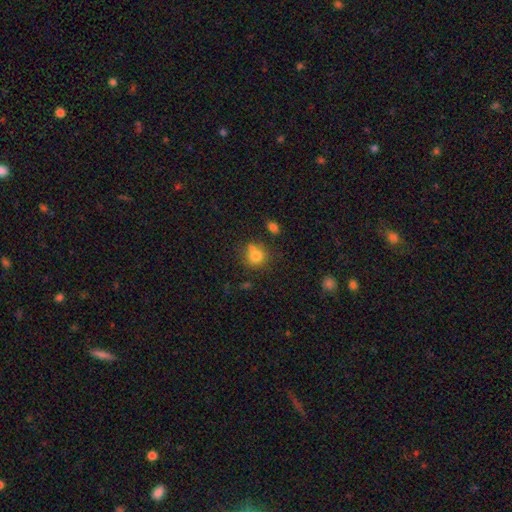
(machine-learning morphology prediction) Smooth or featured?
  - smooth: 76% *
  - star or artifact: 12%
  - featured or disk: 12%
How rounded?
  - round: 81% *
  - in between: 18%
  - cigar-shaped: 1%
Merging?
  - none: 55% *
  - merger: 23%
  - minor disturbance: 16%
  - major disturbance: 6%